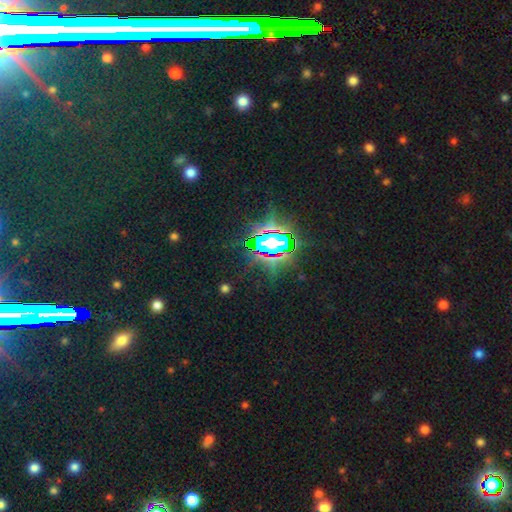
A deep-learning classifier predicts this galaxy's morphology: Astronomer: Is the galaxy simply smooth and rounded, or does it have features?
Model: star or artifact — 80%.